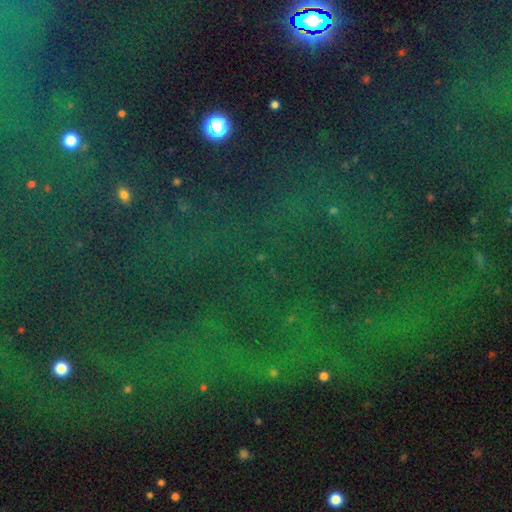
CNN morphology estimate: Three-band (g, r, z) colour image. It shows a star or artifact, not a galaxy (80%).